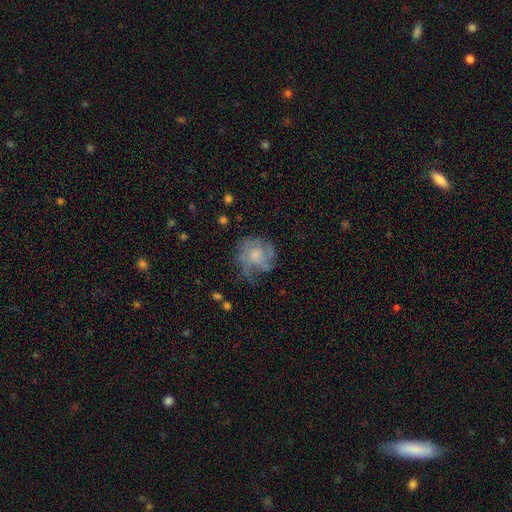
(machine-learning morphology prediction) A featured or disk galaxy (57%) with no bar (79%), spiral arms (69%) and a moderate central bulge (44%). Merging: none (52%).